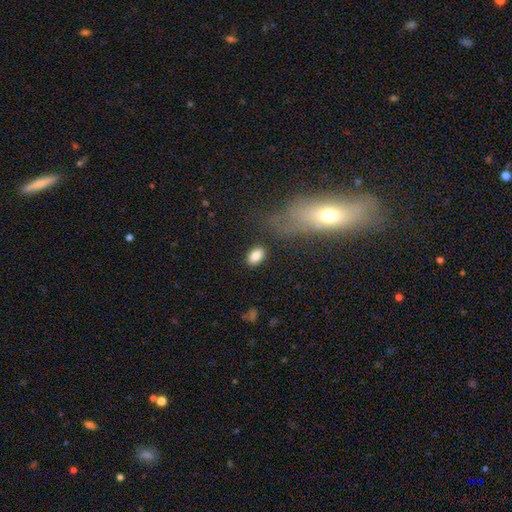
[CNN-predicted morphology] The model was most divided on "merging": none: 84%, minor disturbance: 9%, major disturbance: 4%, merger: 3%. More confident: how rounded — in between (89%); smooth or featured — smooth (85%).